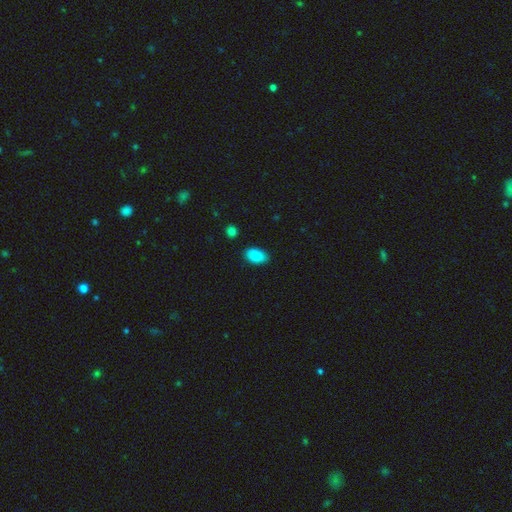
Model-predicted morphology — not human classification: smooth_or_featured: smooth (p=0.87) [alt: star or artifact p=0.07]
how_rounded: in between (p=0.93) [alt: round p=0.05]
merging: none (p=0.86) [alt: minor disturbance p=0.10]